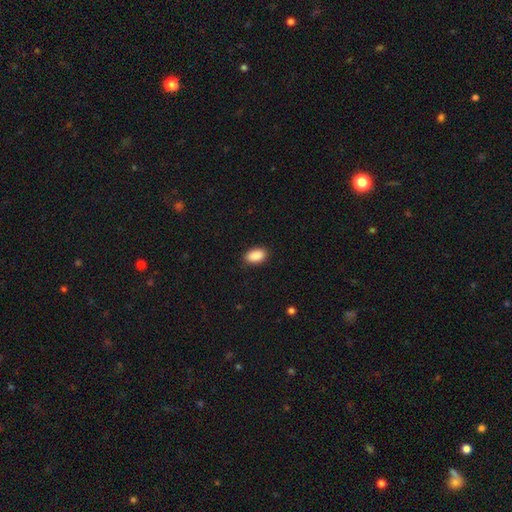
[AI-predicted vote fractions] smooth 90%, star or artifact 7%, featured or disk 3%. Down the decision tree: how rounded — in between (92%); merging — none (87%).